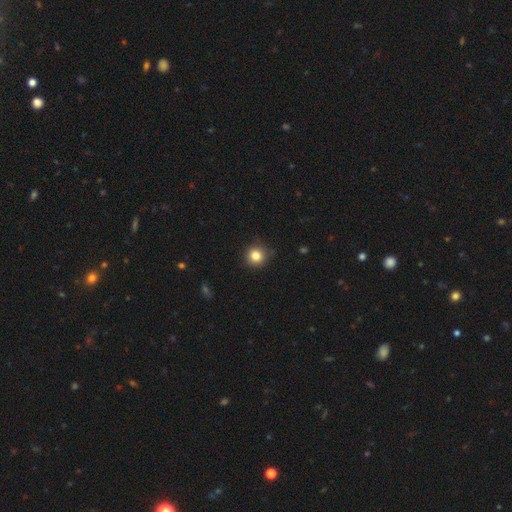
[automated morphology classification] The model was most divided on "smooth or featured": smooth: 83%, star or artifact: 12%, featured or disk: 5%. More confident: how rounded — round (94%); merging — none (88%).